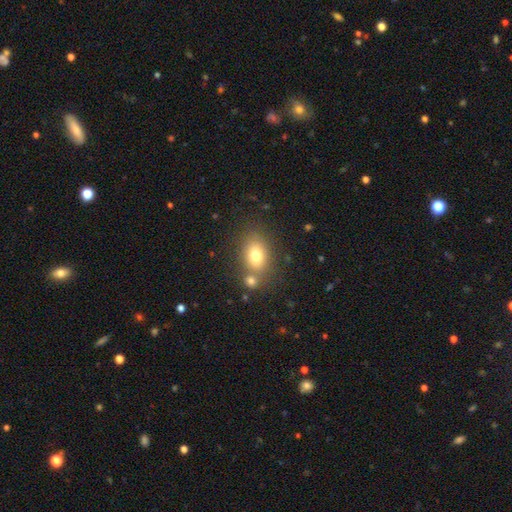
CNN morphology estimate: Smooth or featured?
  - smooth: 76% *
  - featured or disk: 13%
  - star or artifact: 11%
How rounded?
  - in between: 75% *
  - round: 24%
  - cigar-shaped: 2%
Merging?
  - none: 62% *
  - merger: 22%
  - minor disturbance: 12%
  - major disturbance: 4%